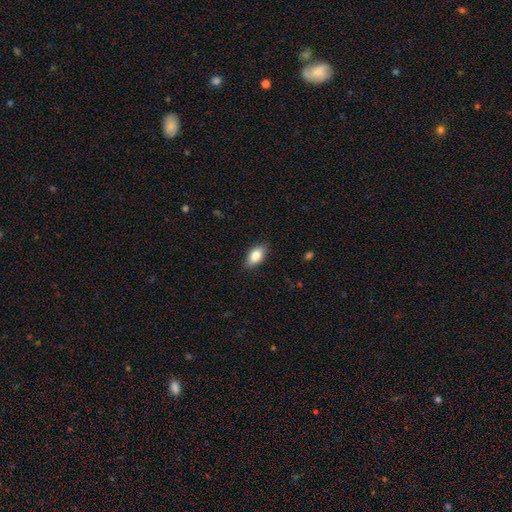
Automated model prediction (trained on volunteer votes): This appears to be a smooth galaxy with no disk features (83%) that is in between round and cigar-shaped (91%). Merging: none (85%).